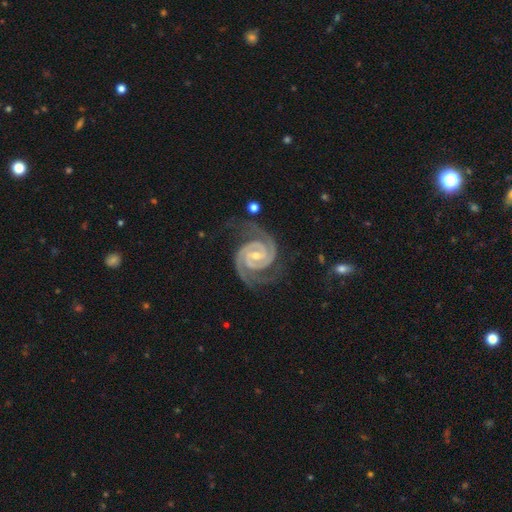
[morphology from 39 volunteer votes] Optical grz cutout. It shows a featured or disk galaxy (92%) with a weak bar (56%), 2 (72%) tight (83%) spiral arms (100%) and a moderate central bulge (56%). Merging: none (71%).